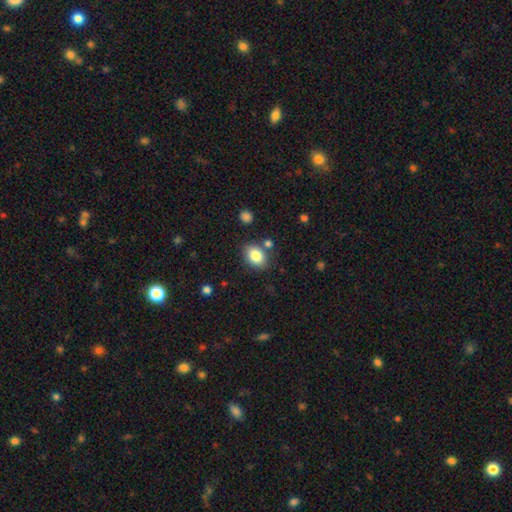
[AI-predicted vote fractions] Morphology: type=smooth (84%); roundness=in between (70%); merging=none (75%).